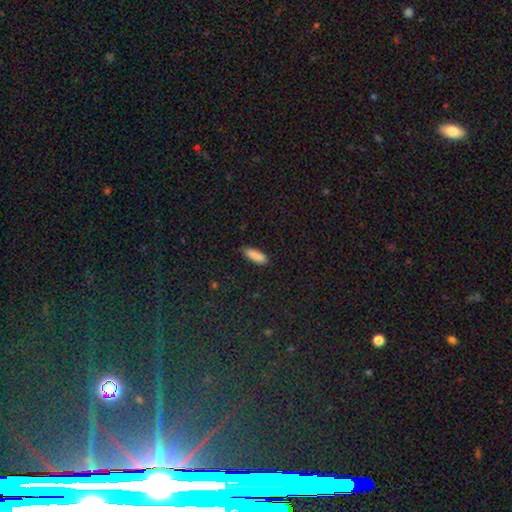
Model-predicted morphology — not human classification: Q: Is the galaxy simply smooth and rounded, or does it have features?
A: smooth — 88%.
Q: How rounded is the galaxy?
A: cigar-shaped — 52%.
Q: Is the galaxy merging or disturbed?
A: none — 86%.